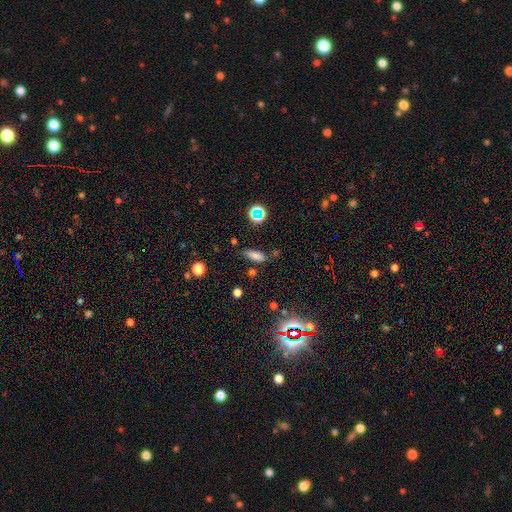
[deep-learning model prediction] Q: Smooth or featured?
A: smooth (75%); runner-up: star or artifact (16%)
Q: How rounded?
A: in between (65%); runner-up: cigar-shaped (30%)
Q: Merging?
A: none (73%); runner-up: minor disturbance (16%)